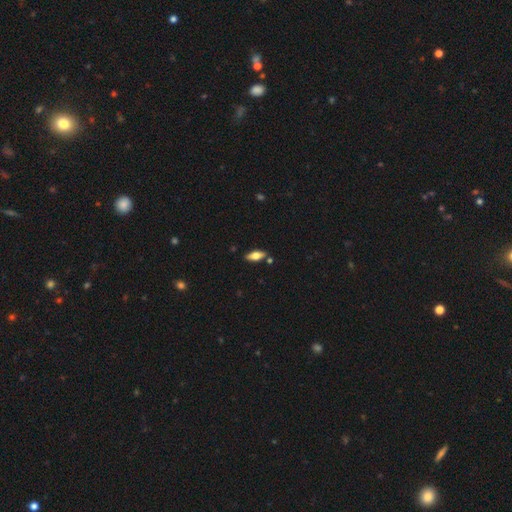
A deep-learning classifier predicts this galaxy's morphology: smooth_or_featured: smooth (p=0.62) [alt: featured or disk p=0.31]
how_rounded: in between (p=0.79) [alt: cigar-shaped p=0.19]
merging: none (p=0.83) [alt: minor disturbance p=0.11]